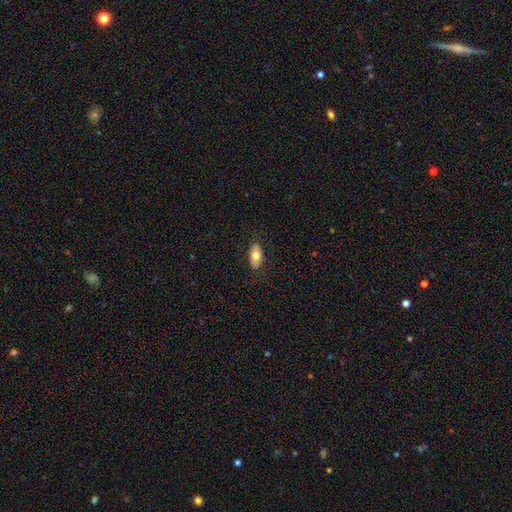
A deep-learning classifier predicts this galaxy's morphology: Smooth or featured?
  - smooth: 69% *
  - featured or disk: 25%
  - star or artifact: 6%
How rounded?
  - in between: 87% *
  - cigar-shaped: 9%
  - round: 4%
Merging?
  - none: 85% *
  - minor disturbance: 12%
  - major disturbance: 3%
  - merger: 1%